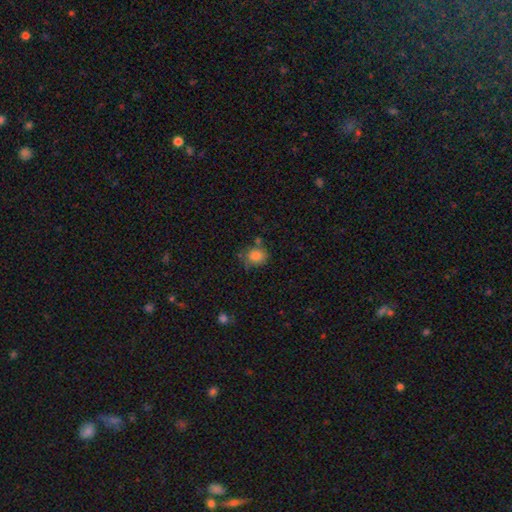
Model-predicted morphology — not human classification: Q: Smooth or featured?
A: smooth (82%); runner-up: star or artifact (11%)
Q: How rounded?
A: round (69%); runner-up: in between (30%)
Q: Merging?
A: none (66%); runner-up: minor disturbance (20%)